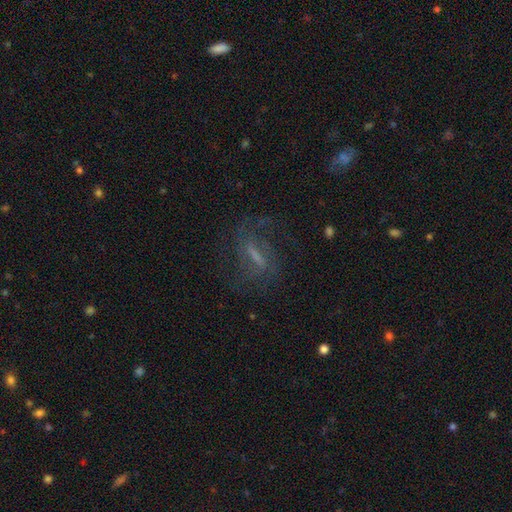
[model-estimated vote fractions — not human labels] Smooth or featured?
  - featured or disk: 63% *
  - smooth: 21%
  - star or artifact: 16%
Edge-on disk?
  - no: 84% *
  - yes: 16%
Bar?
  - strong: 52% *
  - weak: 35%
  - no: 14%
Spiral arms?
  - yes: 79% *
  - no: 21%
Bulge size?
  - none: 37% *
  - small: 30%
  - moderate: 25%
  - large: 6%
  - dominant: 2%
Merging?
  - none: 66% *
  - major disturbance: 17%
  - minor disturbance: 15%
  - merger: 2%